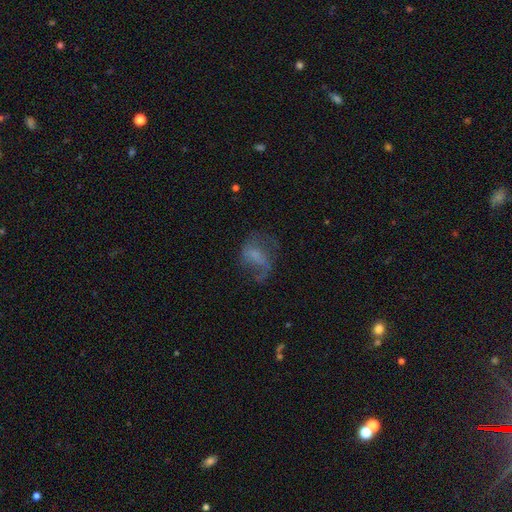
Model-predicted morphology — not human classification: Smooth or featured? featured or disk (55%)
Edge-on disk? no (97%)
Bar? no (48%)
Spiral arms? yes (66%)
Bulge size? none (44%)
Merging? none (43%)